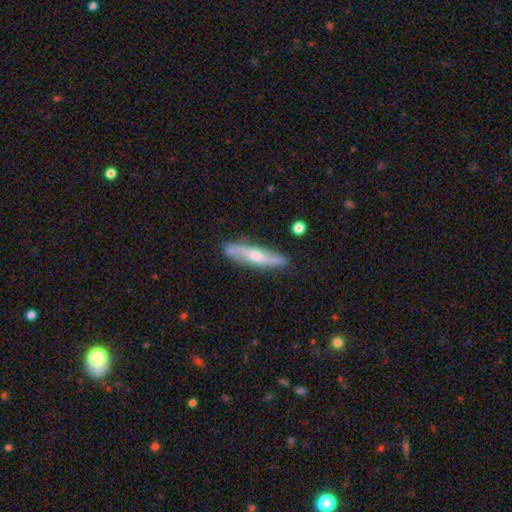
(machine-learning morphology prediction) featured or disk 60%, smooth 32%, star or artifact 8%. Down the decision tree: edge-on disk — yes (78%); merging — none (83%).